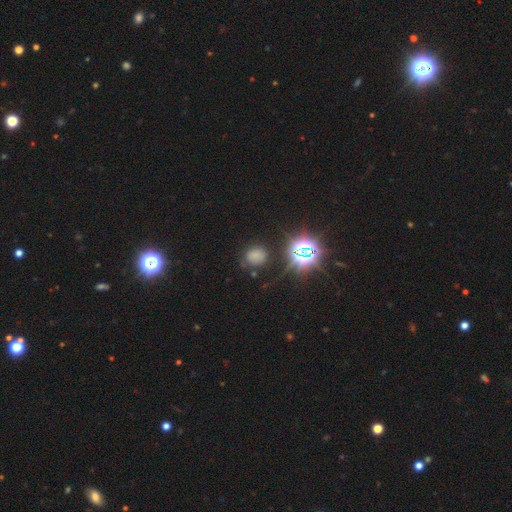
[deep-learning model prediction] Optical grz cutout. It shows a smooth galaxy with no disk features (60%) that is round (67%). Merging: none (74%).